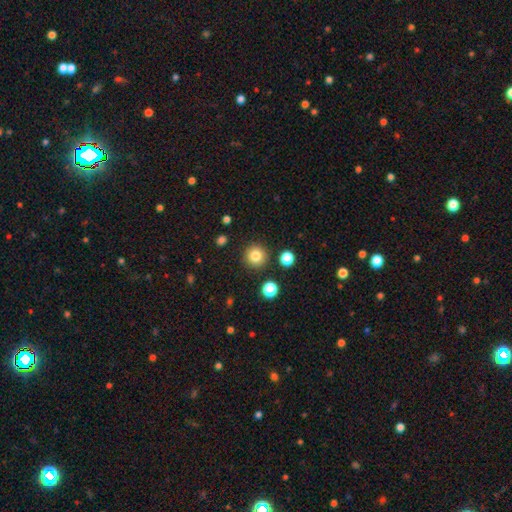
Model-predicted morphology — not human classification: Q: Smooth or featured?
A: smooth (83%); runner-up: star or artifact (11%)
Q: How rounded?
A: round (95%); runner-up: in between (4%)
Q: Merging?
A: none (89%); runner-up: minor disturbance (6%)